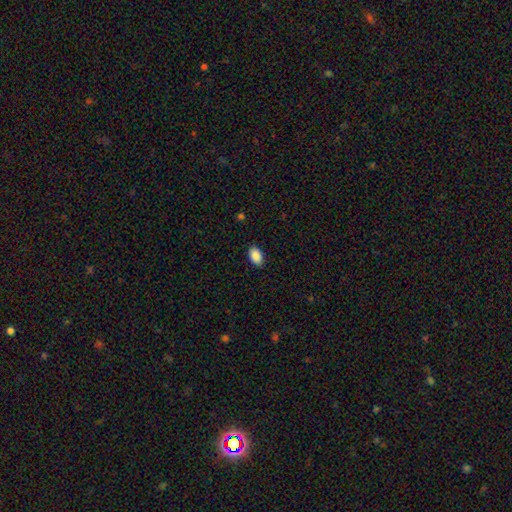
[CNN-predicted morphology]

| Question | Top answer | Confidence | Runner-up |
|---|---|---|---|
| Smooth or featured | smooth | 89% | star or artifact (7%) |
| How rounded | in between | 92% | round (6%) |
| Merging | none | 88% | minor disturbance (9%) |